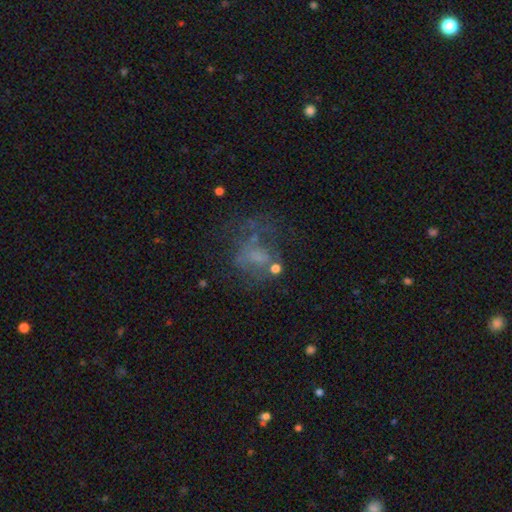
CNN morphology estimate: Smooth or featured? featured or disk (44%)
Merging? none (38%)